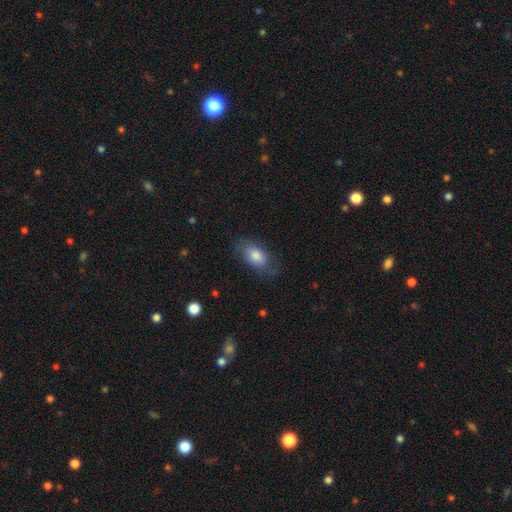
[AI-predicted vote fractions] Smooth or featured? Predicted: smooth (p=0.68). How rounded? Predicted: in between (p=0.89). Merging? Predicted: none (p=0.70).